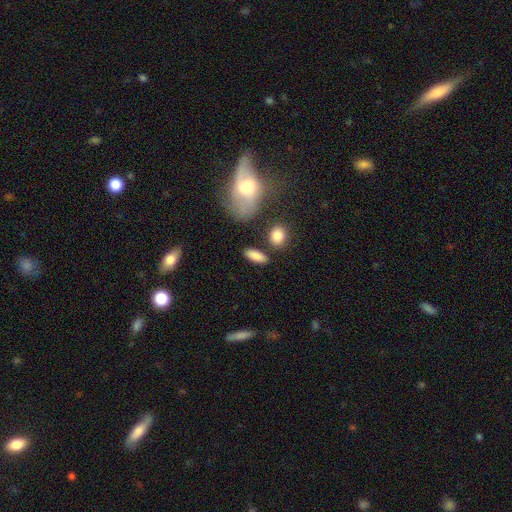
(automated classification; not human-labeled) The model was most divided on "how rounded": in between: 72%, cigar-shaped: 21%, round: 7%. More confident: smooth or featured — smooth (86%); merging — none (81%).